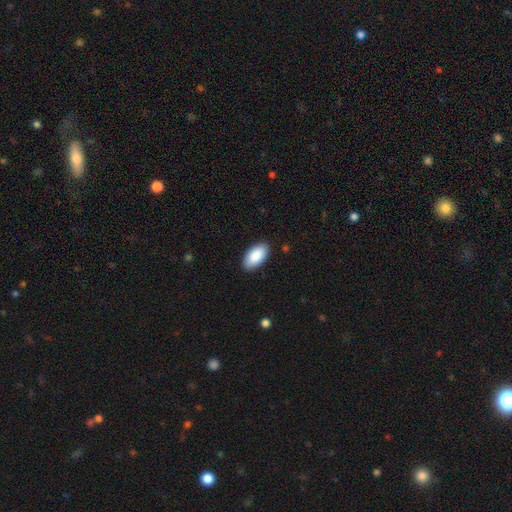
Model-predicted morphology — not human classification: type=smooth (90%); roundness=in between (96%); merging=none (88%).